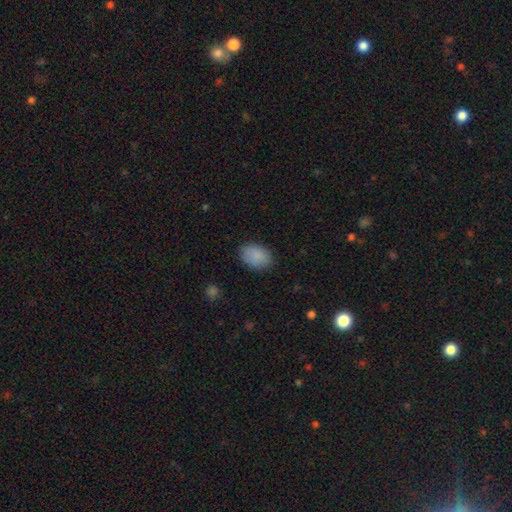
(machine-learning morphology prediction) Smooth or featured? smooth (88%)
How rounded? in between (81%)
Merging? none (84%)